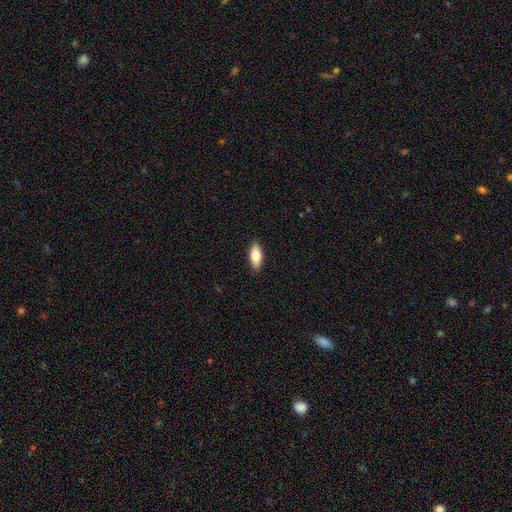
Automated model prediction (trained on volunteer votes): A smooth galaxy with no disk features (75%) that is in between round and cigar-shaped (79%). Merging: none (89%).